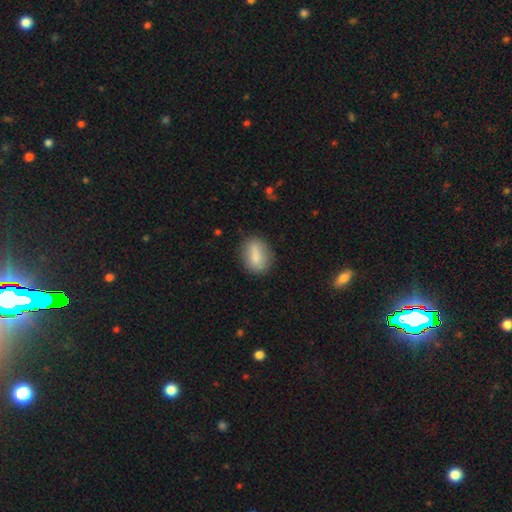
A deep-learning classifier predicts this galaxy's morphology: This is likely a smooth galaxy (78%). How rounded: likely in between (72%). Merging: likely none (77%).